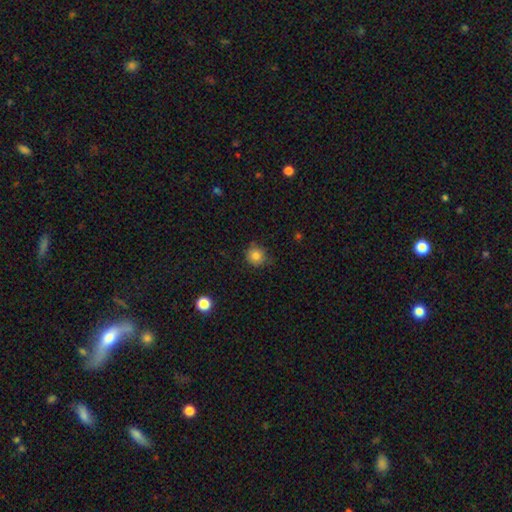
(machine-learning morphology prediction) The model was most divided on "merging": none: 78%, minor disturbance: 18%, major disturbance: 3%, merger: 2%. More confident: how rounded — round (91%); smooth or featured — smooth (82%).